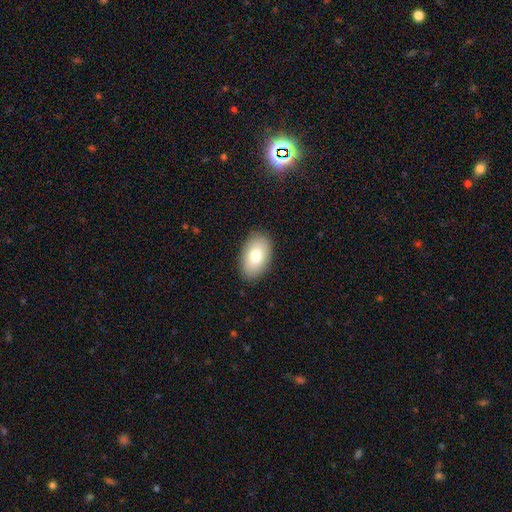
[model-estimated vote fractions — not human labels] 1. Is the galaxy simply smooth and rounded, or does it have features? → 80% smooth, 14% featured or disk, 7% star or artifact.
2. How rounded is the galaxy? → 94% in between, 5% round, 1% cigar-shaped.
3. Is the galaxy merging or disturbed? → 87% none, 9% minor disturbance, 2% major disturbance, 1% merger.